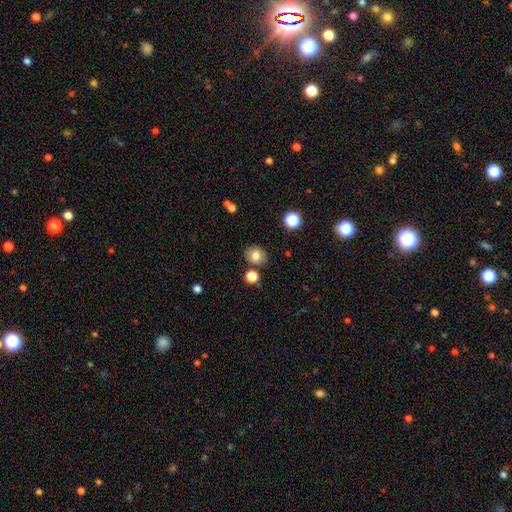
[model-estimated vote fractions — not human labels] Morphology: type=smooth (80%); roundness=round (66%); merging=none (82%).